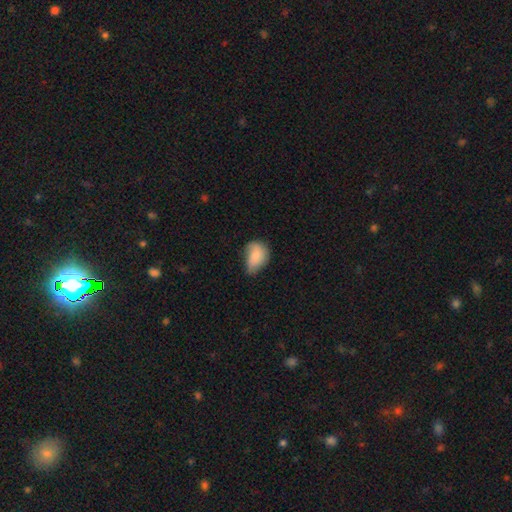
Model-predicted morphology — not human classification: Smooth or featured? smooth (78%)
How rounded? in between (76%)
Merging? minor disturbance (50%)